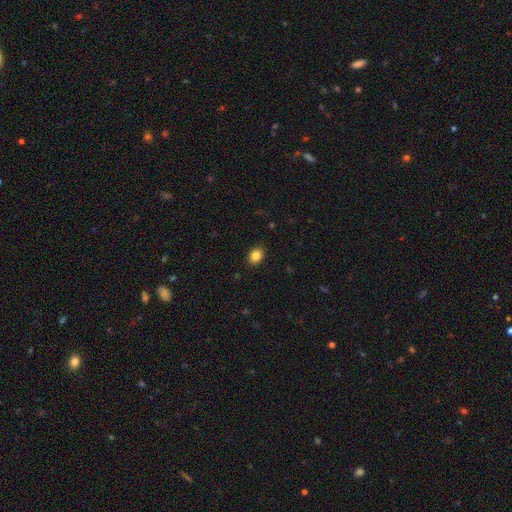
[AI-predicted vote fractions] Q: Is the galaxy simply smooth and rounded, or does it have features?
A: smooth — 86%.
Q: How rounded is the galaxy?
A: in between — 68%.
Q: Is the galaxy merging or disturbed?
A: none — 90%.